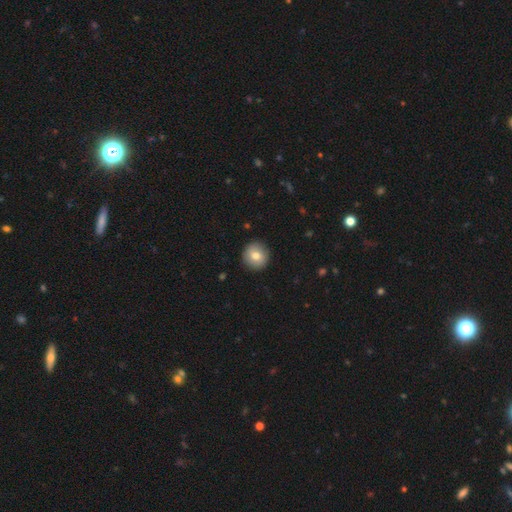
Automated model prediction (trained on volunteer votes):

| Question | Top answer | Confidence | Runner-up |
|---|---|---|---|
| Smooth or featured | smooth | 78% | featured or disk (14%) |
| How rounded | round | 94% | in between (5%) |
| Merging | none | 92% | minor disturbance (6%) |